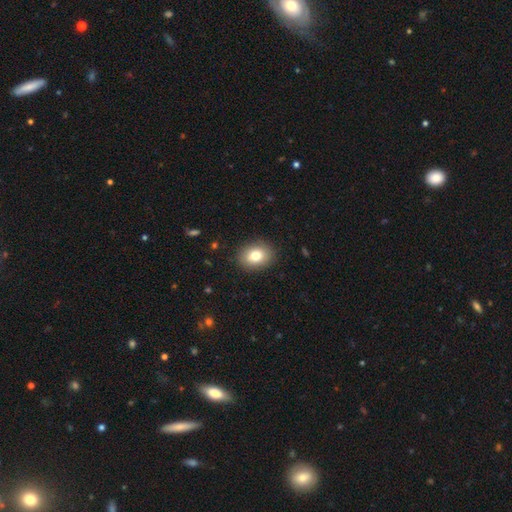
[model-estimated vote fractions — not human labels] smooth_or_featured: smooth (p=0.79) [alt: featured or disk p=0.12]
how_rounded: in between (p=0.54) [alt: round p=0.45]
merging: none (p=0.88) [alt: minor disturbance p=0.08]